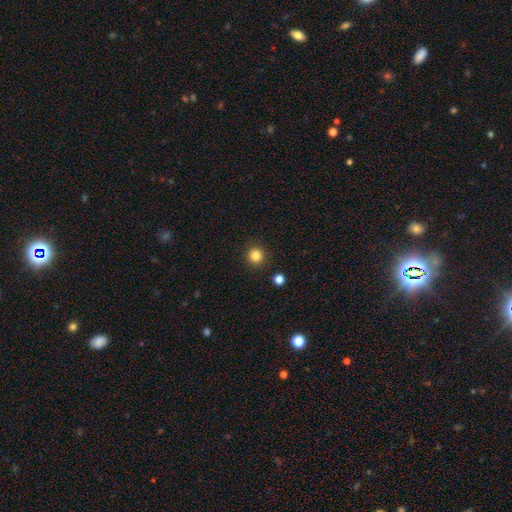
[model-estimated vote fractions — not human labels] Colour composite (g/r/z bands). It shows a smooth galaxy with no disk features (83%) that is round (95%). Merging: none (92%).